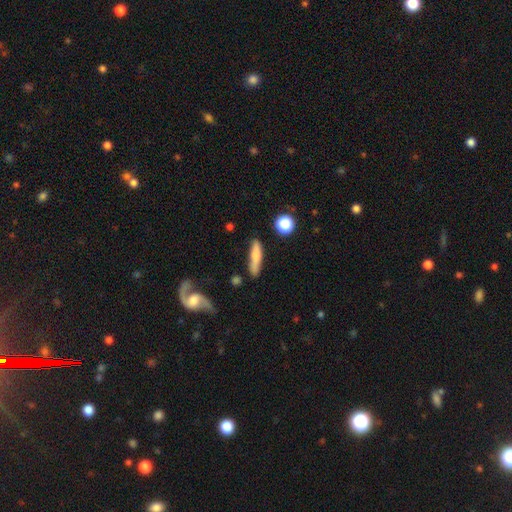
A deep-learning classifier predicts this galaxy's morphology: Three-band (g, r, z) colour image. It shows a smooth galaxy with no disk features (68%) that is cigar-shaped (79%). Merging: none (77%).